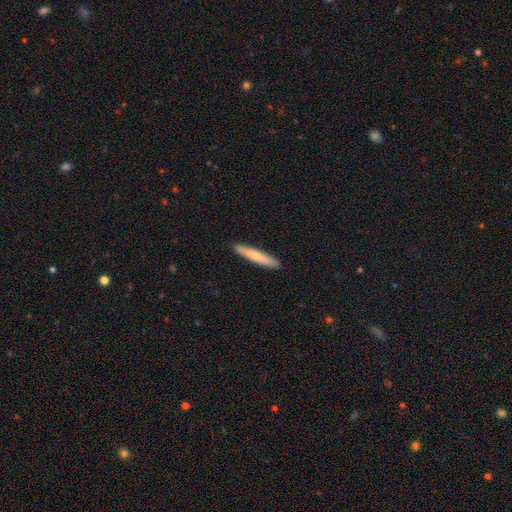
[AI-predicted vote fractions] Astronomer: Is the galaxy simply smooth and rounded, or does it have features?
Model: smooth — 72%.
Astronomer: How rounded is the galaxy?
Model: cigar-shaped — 94%.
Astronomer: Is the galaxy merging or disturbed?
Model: none — 91%.